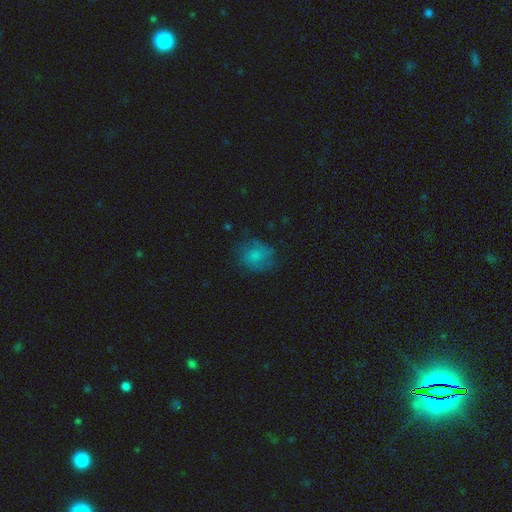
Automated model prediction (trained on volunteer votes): smooth_or_featured: smooth (p=0.68) [alt: featured or disk p=0.20]
how_rounded: round (p=0.60) [alt: in between p=0.39]
merging: none (p=0.64) [alt: minor disturbance p=0.23]